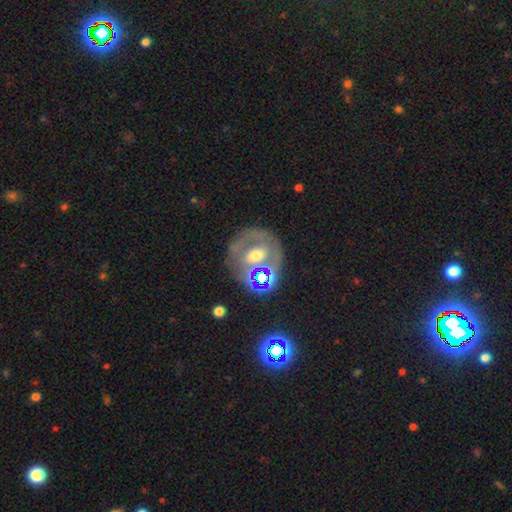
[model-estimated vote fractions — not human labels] A featured or disk galaxy (56%) with no bar (47%), no spiral arms (61%) and a moderate central bulge (64%). Merging: none (65%).